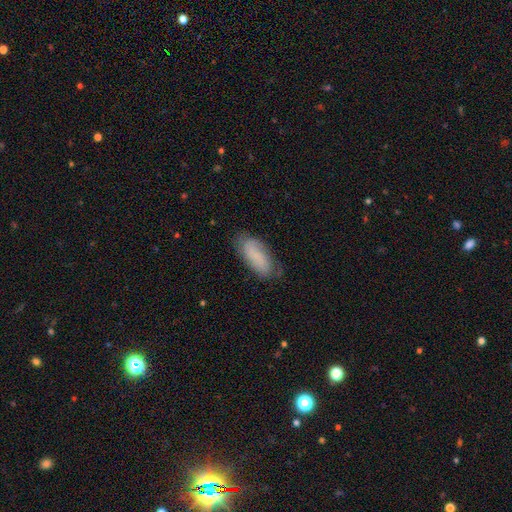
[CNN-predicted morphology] A smooth galaxy with no disk features (69%) that is in between round and cigar-shaped (82%).

Vote fractions:
- Smooth or featured? smooth: 69% / featured or disk: 23% / star or artifact: 8%
- How rounded? in between: 82% / cigar-shaped: 16% / round: 2%
- Merging? none: 73% / minor disturbance: 21% / major disturbance: 5% / merger: 2%